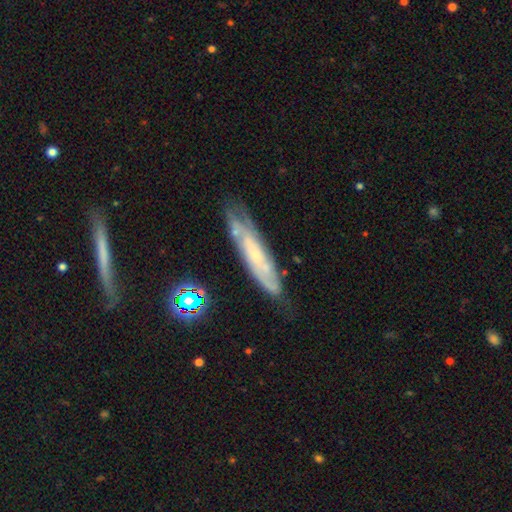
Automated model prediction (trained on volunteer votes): The model was most divided on "edge-on disk": no: 62%, yes: 38%. More confident: merging — none (67%); smooth or featured — featured or disk (64%).